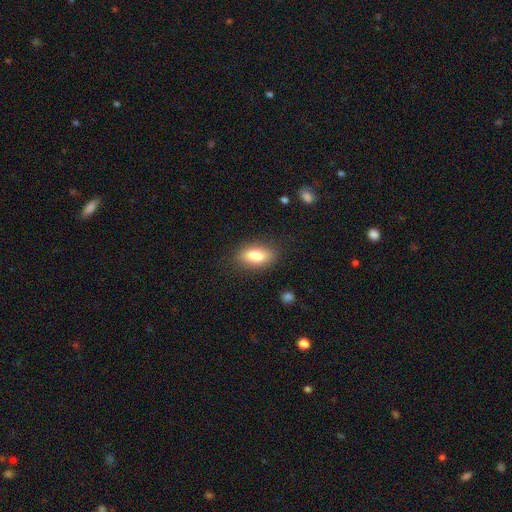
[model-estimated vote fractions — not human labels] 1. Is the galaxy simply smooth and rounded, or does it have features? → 77% smooth, 16% featured or disk, 8% star or artifact.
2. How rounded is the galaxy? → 85% in between, 9% round, 6% cigar-shaped.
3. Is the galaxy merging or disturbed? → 85% none, 11% minor disturbance, 3% major disturbance, 1% merger.